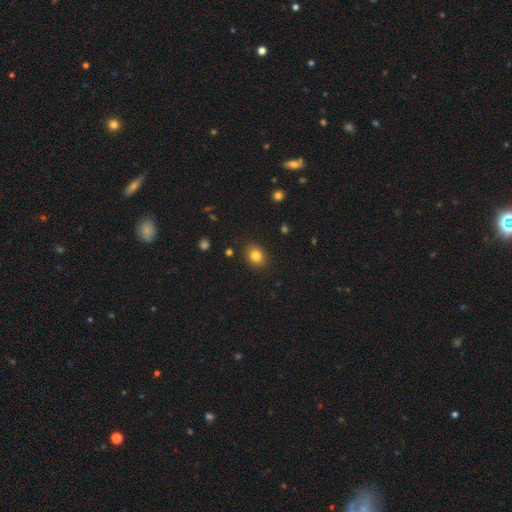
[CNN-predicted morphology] This is clearly a smooth galaxy (82%). How rounded: possibly round (52%). Merging: clearly none (88%).